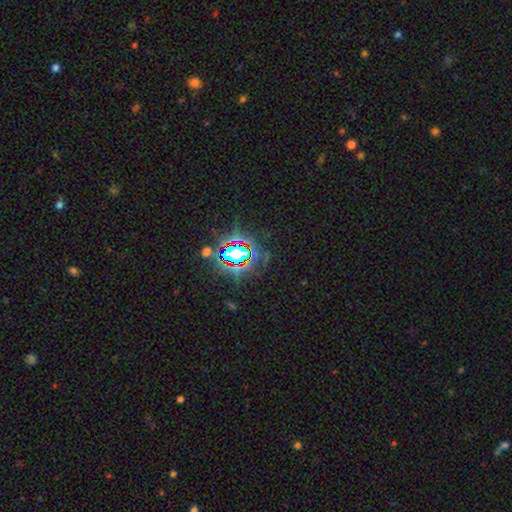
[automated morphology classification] Smooth or featured? Predicted: star or artifact (p=0.81).